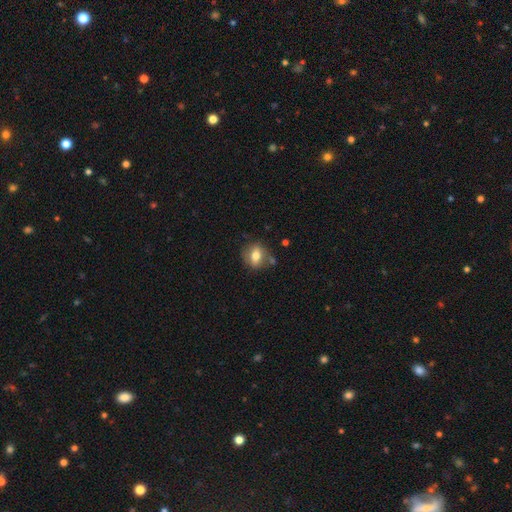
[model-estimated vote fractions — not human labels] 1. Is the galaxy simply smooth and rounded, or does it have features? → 68% smooth, 24% featured or disk, 9% star or artifact.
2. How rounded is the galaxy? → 49% round, 48% in between, 3% cigar-shaped.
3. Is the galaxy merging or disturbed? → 72% none, 17% minor disturbance, 6% merger, 5% major disturbance.